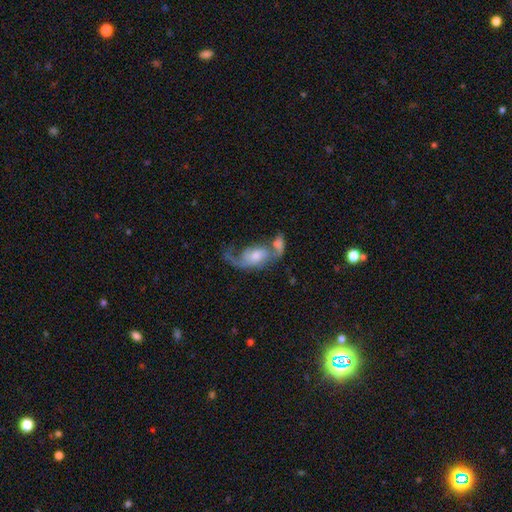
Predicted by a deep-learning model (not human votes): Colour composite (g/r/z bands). It shows a featured or disk galaxy (65%) with no bar (67%), spiral arms (82%) and a moderate central bulge (51%). Merging: merger (44%).